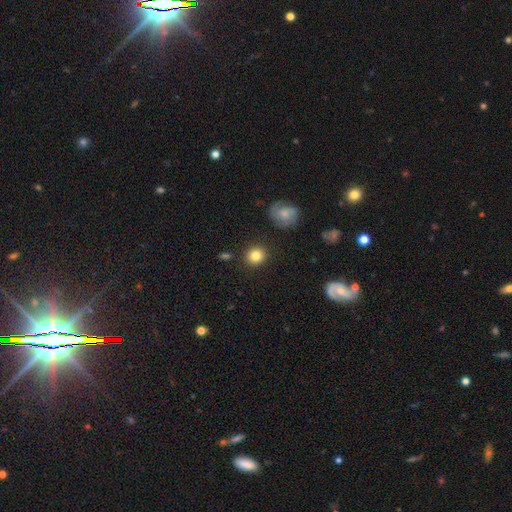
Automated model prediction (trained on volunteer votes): A smooth galaxy with no disk features (84%) that is round (86%). Merging: none (89%).